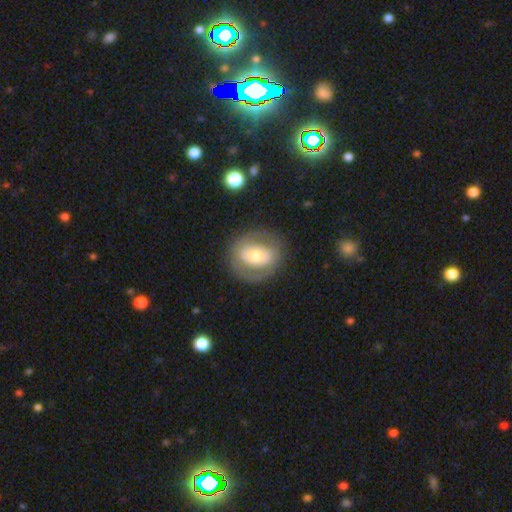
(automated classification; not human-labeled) Morphology: type=featured or disk (51%); edge-on=no (95%); merging=none (78%).